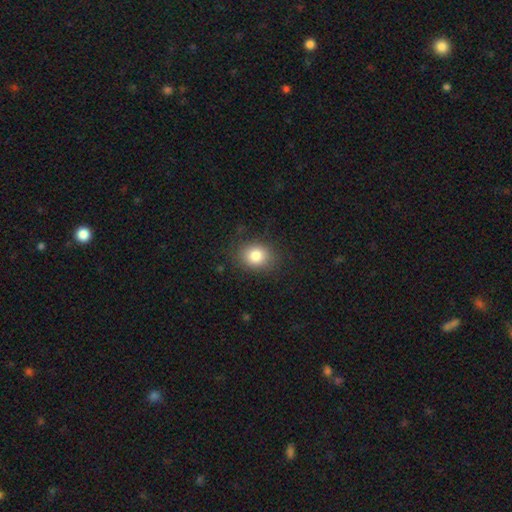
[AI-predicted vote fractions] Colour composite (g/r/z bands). It shows a smooth galaxy with no disk features (83%) that is round (58%). Merging: none (83%).